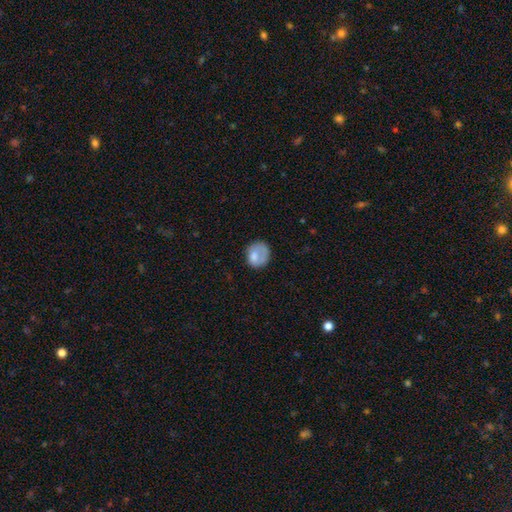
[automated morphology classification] Smooth or featured? Predicted: smooth (p=0.70). How rounded? Predicted: round (p=0.66). Merging? Predicted: none (p=0.53).